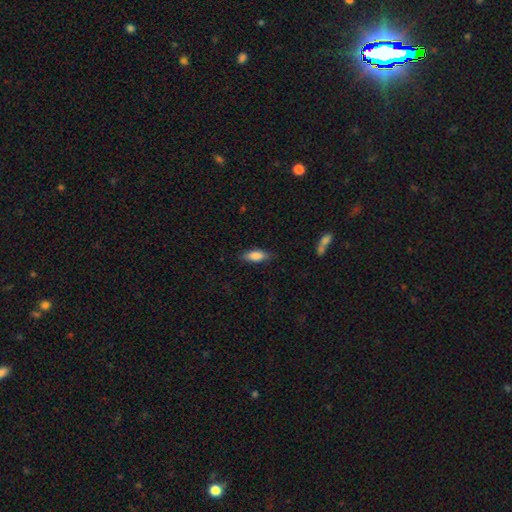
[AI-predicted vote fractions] This appears to be a smooth galaxy with no disk features (81%) that is in between round and cigar-shaped (73%). Merging: none (80%).